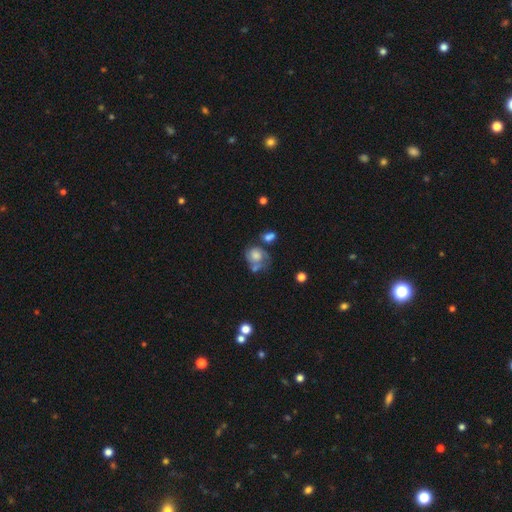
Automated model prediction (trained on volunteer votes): This is possibly a smooth galaxy (47%). Merging: marginally none (34%).